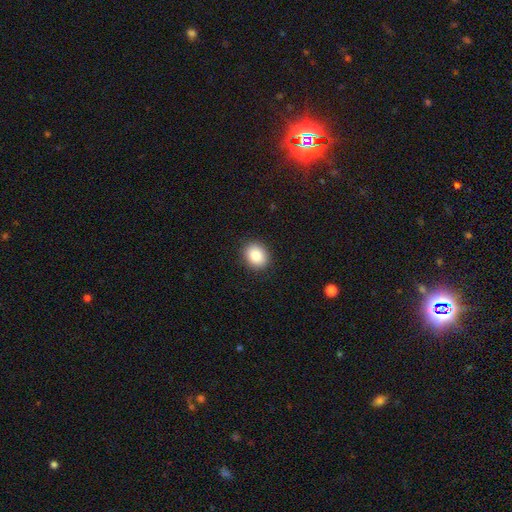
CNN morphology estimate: type=smooth (86%); roundness=round (55%); merging=none (90%).